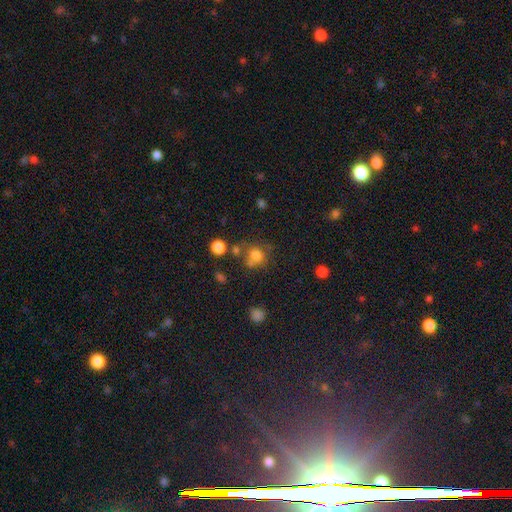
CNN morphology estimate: This is likely a smooth galaxy (75%). How rounded: clearly round (84%). Merging: likely none (60%).